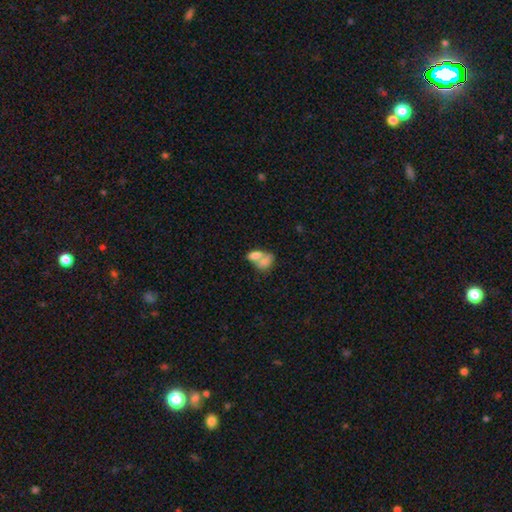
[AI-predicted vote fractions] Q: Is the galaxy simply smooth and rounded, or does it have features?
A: smooth — 75%.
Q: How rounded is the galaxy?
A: in between — 83%.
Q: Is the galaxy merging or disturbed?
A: merger — 71%.